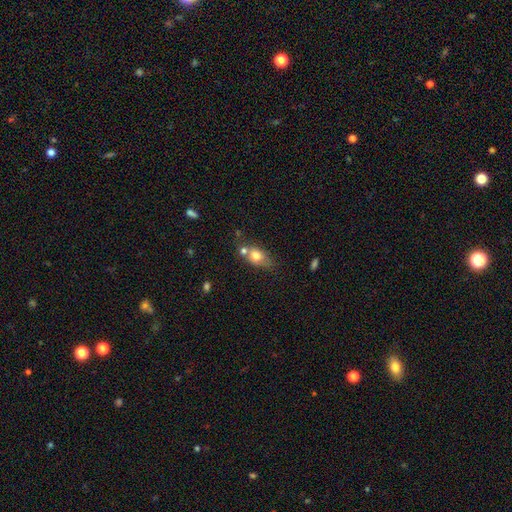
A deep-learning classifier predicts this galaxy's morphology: Q: Smooth or featured?
A: smooth (72%); runner-up: featured or disk (19%)
Q: How rounded?
A: in between (72%); runner-up: round (23%)
Q: Merging?
A: none (45%); runner-up: merger (30%)